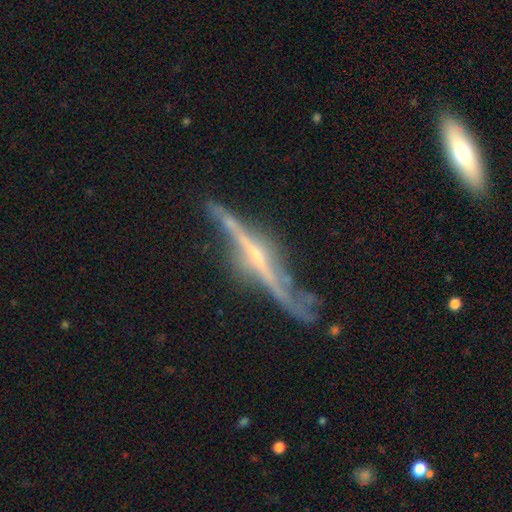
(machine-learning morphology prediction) Smooth or featured? featured or disk (84%)
Edge-on disk? yes (90%)
Edge-on bulge? rounded (55%)
Merging? none (63%)